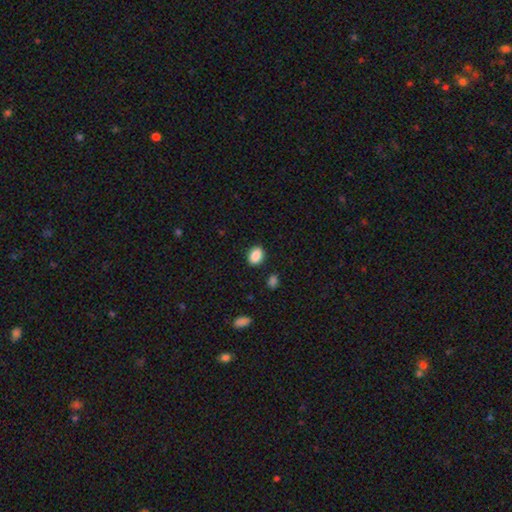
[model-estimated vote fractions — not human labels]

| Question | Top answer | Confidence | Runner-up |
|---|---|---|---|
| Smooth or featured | smooth | 89% | star or artifact (8%) |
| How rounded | in between | 70% | round (28%) |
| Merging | none | 87% | minor disturbance (8%) |